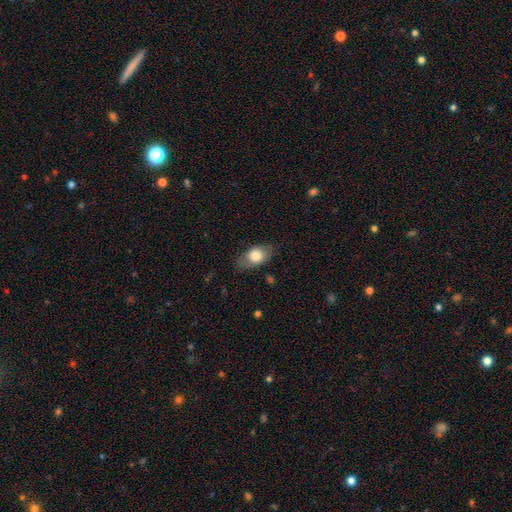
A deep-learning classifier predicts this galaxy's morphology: Smooth or featured: smooth — 74% (featured or disk — 19%)
How rounded: in between — 83% (round — 13%)
Merging: none — 77% (minor disturbance — 17%)